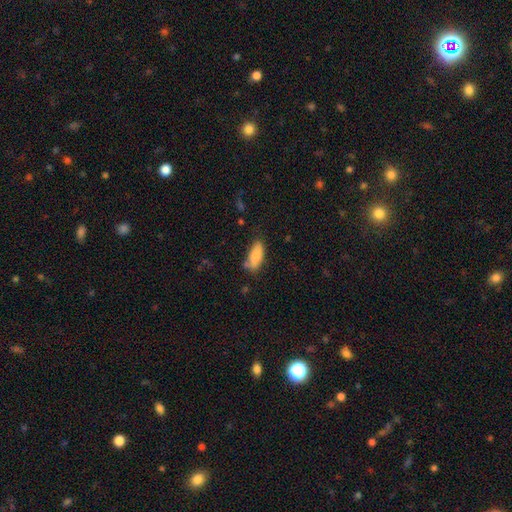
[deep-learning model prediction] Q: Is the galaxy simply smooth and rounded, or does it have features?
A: smooth — 85%.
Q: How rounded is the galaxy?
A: in between — 82%.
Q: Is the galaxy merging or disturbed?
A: none — 64%.